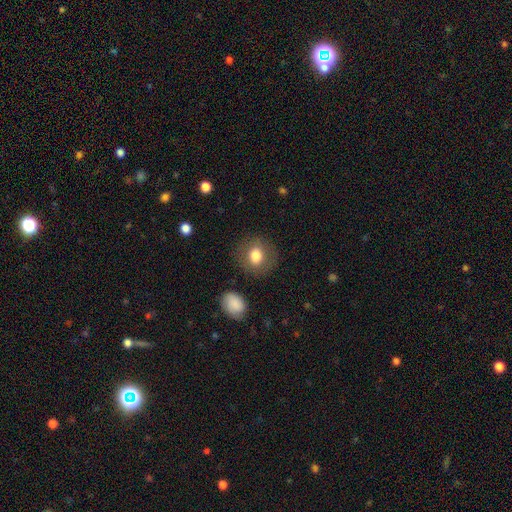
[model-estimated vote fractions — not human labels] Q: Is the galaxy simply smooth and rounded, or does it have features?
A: smooth — 77%.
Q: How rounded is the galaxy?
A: round — 74%.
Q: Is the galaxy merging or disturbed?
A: none — 83%.